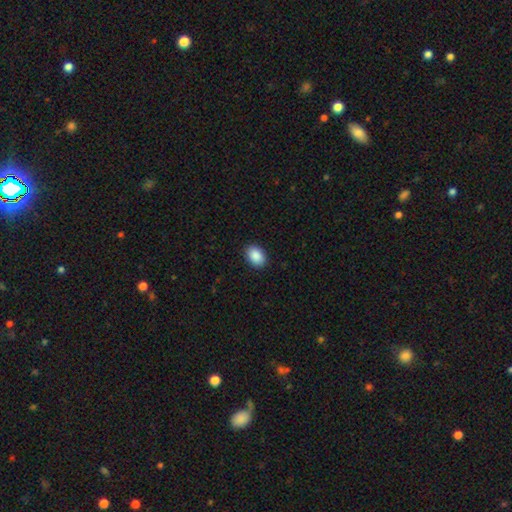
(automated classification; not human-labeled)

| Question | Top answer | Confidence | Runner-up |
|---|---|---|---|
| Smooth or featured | smooth | 90% | star or artifact (7%) |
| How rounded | in between | 82% | round (17%) |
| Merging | none | 90% | minor disturbance (7%) |